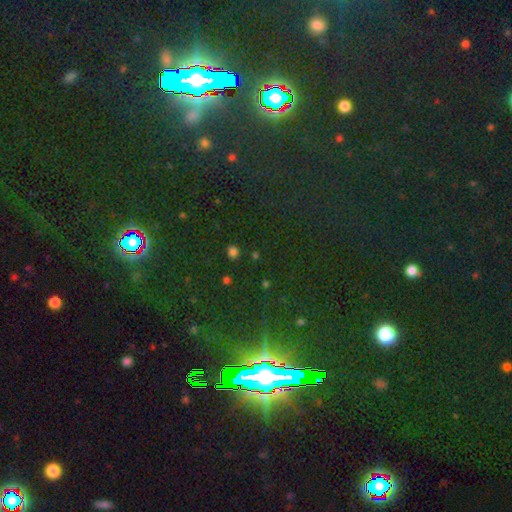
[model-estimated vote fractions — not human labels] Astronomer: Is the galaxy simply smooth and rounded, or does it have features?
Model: star or artifact — 73%.